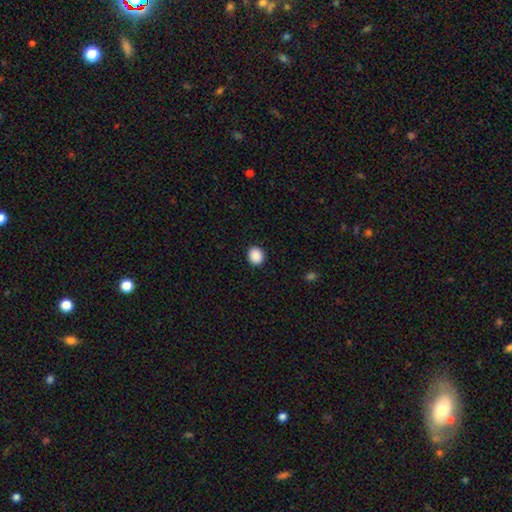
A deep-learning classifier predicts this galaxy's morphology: A smooth galaxy with no disk features (90%) that is round (77%). Merging: none (92%).